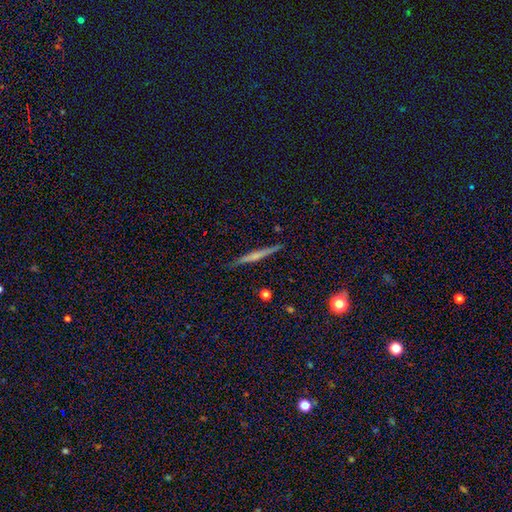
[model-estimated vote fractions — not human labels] Overall: featured or disk (56%; smooth 34%). Edge-on disk: yes (97%). Edge-on bulge: rounded (45%; none 43%). Merging: none (90%).